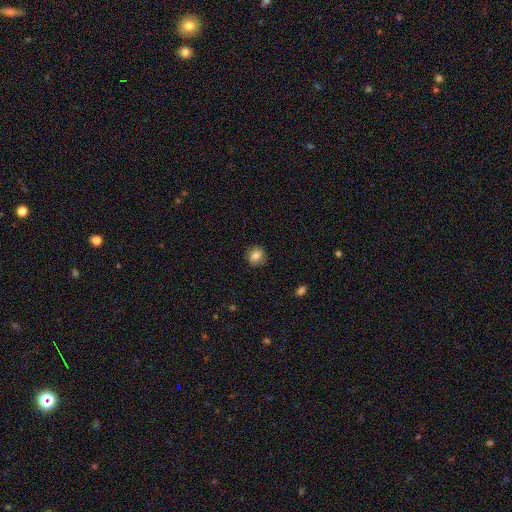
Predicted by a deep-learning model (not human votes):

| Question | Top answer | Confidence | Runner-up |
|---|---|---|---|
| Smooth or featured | smooth | 84% | star or artifact (10%) |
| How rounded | round | 86% | in between (13%) |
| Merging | none | 87% | minor disturbance (10%) |